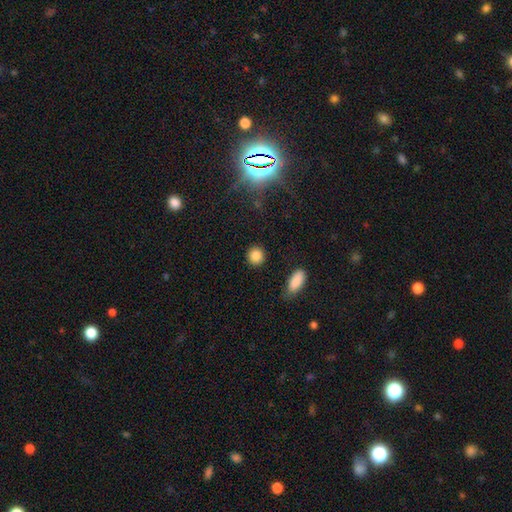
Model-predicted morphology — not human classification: Smooth or featured? Predicted: smooth (p=0.86). How rounded? Predicted: round (p=0.87). Merging? Predicted: none (p=0.90).